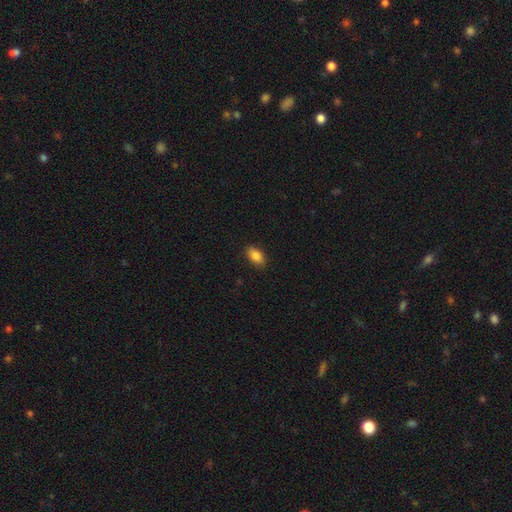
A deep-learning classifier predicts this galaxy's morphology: Overall: smooth (87%). How rounded: in between (92%). Merging: none (88%).